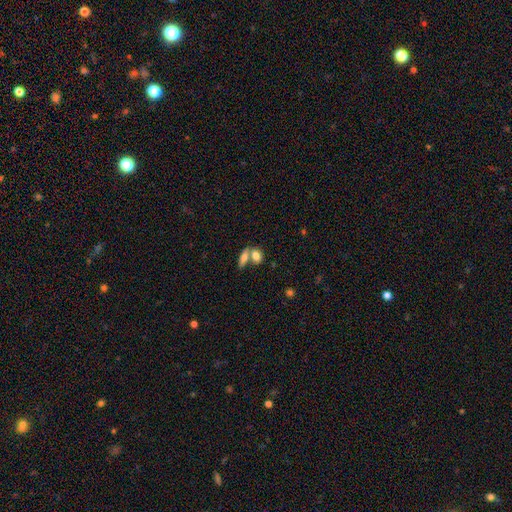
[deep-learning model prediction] smooth 77%, featured or disk 16%, star or artifact 8%. Down the decision tree: how rounded — in between (74%); merging — merger (50%).